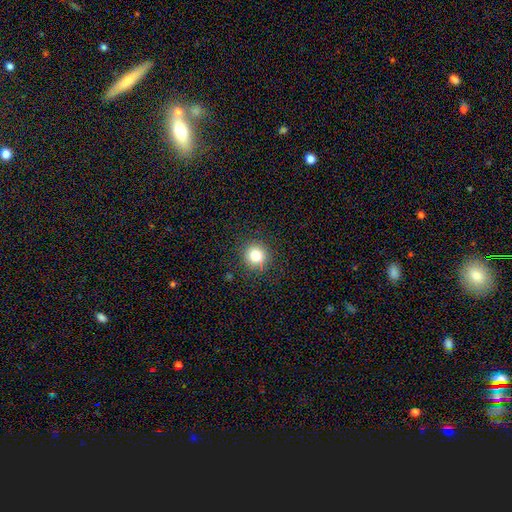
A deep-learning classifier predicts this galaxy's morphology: Smooth or featured? smooth (80%)
How rounded? round (93%)
Merging? none (89%)